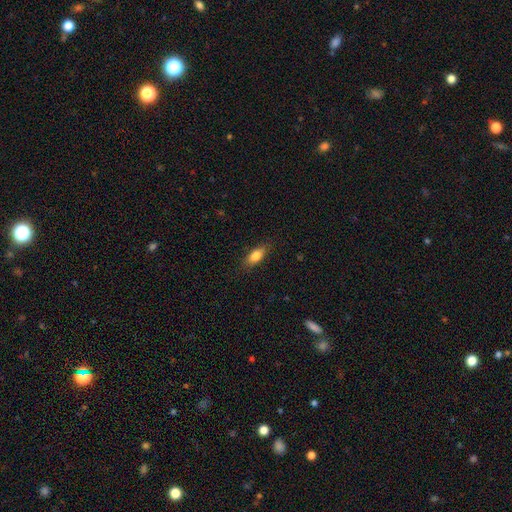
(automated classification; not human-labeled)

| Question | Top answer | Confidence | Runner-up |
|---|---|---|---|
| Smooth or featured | smooth | 80% | featured or disk (13%) |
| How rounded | in between | 78% | cigar-shaped (18%) |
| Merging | none | 84% | minor disturbance (12%) |